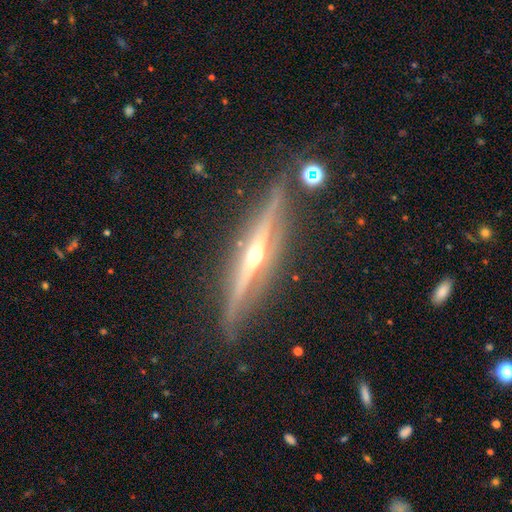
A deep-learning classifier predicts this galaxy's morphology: This appears to be a featured or disk galaxy (83%) viewed edge-on (94%) with a rounded central bulge (89%). Merging: none (81%).